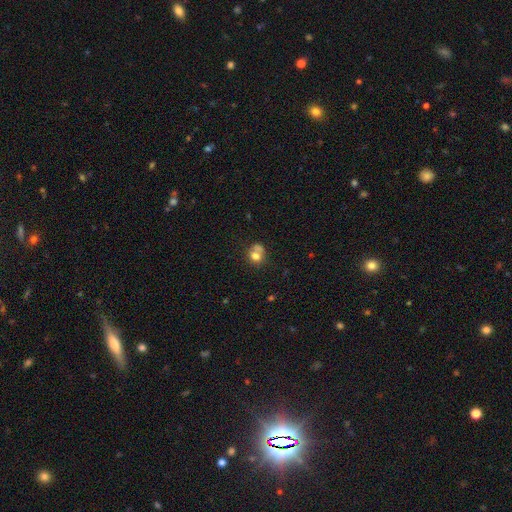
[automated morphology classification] Q: Smooth or featured?
A: smooth (72%); runner-up: featured or disk (17%)
Q: How rounded?
A: round (71%); runner-up: in between (28%)
Q: Merging?
A: none (38%); tied with: merger (38%)